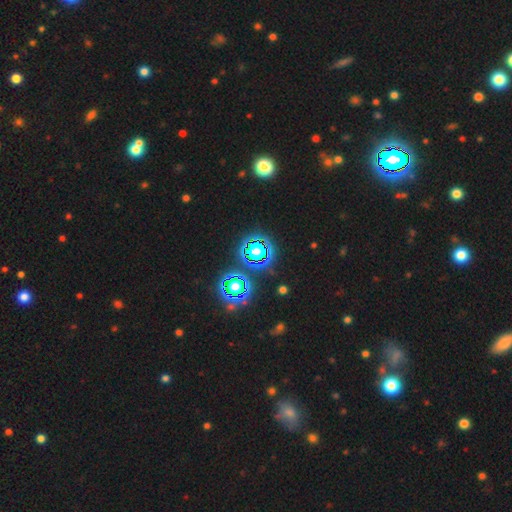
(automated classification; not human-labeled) Smooth or featured: star or artifact — 80% (smooth — 13%)